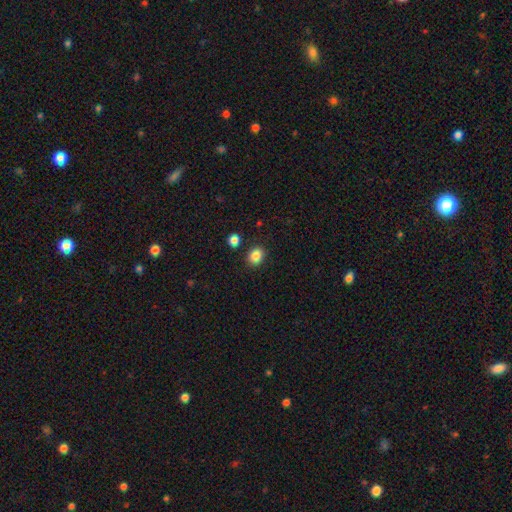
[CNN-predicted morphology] The model was most divided on "how rounded": round: 56%, in between: 43%, cigar-shaped: 1%. More confident: smooth or featured — smooth (86%); merging — none (86%).